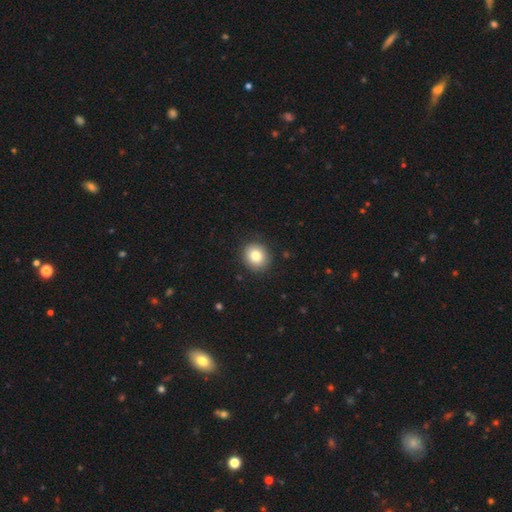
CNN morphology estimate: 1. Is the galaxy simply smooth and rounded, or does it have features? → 81% smooth, 10% featured or disk, 9% star or artifact.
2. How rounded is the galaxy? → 82% round, 17% in between, 1% cigar-shaped.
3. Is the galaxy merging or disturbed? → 89% none, 8% minor disturbance, 2% major disturbance, 1% merger.